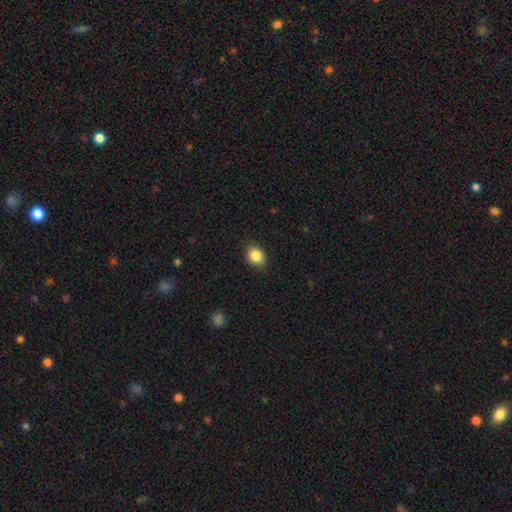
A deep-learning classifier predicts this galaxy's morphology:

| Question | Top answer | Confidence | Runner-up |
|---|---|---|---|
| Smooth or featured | smooth | 87% | star or artifact (9%) |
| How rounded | round | 58% | in between (41%) |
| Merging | none | 86% | minor disturbance (10%) |